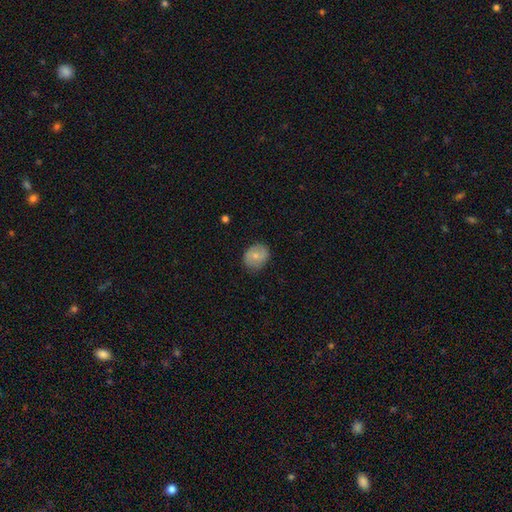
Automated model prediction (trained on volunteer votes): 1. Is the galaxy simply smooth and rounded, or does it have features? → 68% smooth, 24% featured or disk, 8% star or artifact.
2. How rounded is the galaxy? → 60% round, 39% in between, 1% cigar-shaped.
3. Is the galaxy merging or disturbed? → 81% none, 15% minor disturbance, 3% major disturbance, 1% merger.